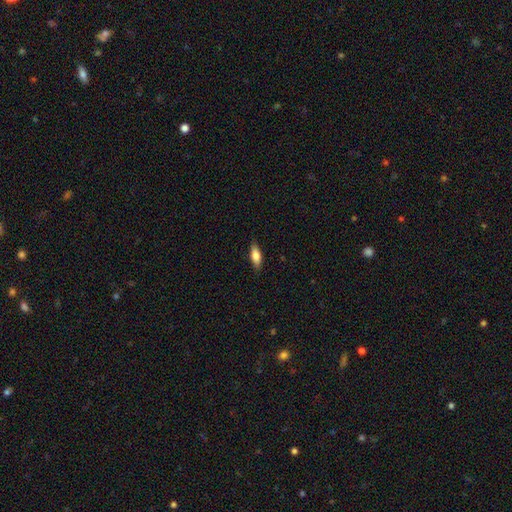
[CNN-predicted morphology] smooth_or_featured: smooth (p=0.72) [alt: featured or disk p=0.22]
how_rounded: in between (p=0.67) [alt: cigar-shaped p=0.31]
merging: none (p=0.85) [alt: minor disturbance p=0.11]